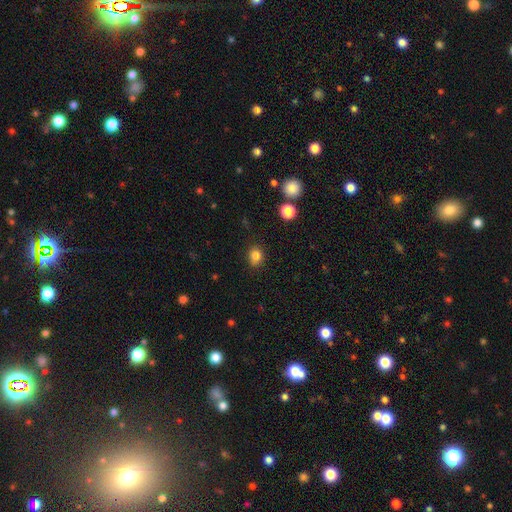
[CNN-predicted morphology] Overall: smooth (84%). How rounded: round (56%; in between 43%). Merging: none (79%).